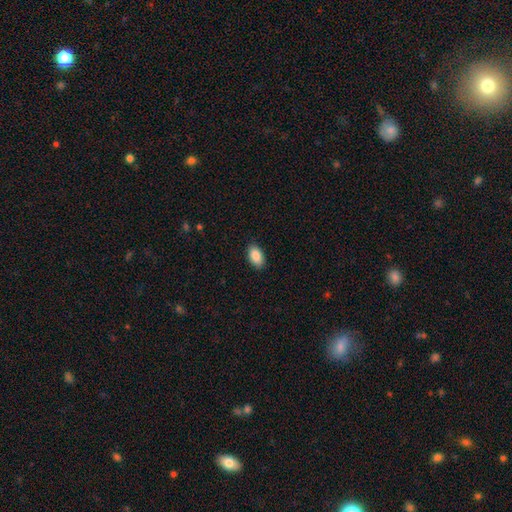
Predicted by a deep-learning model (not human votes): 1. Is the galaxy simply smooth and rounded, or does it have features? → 89% smooth, 7% star or artifact, 4% featured or disk.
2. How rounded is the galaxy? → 94% in between, 4% round, 2% cigar-shaped.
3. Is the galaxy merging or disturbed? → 88% none, 9% minor disturbance, 2% major disturbance, 1% merger.